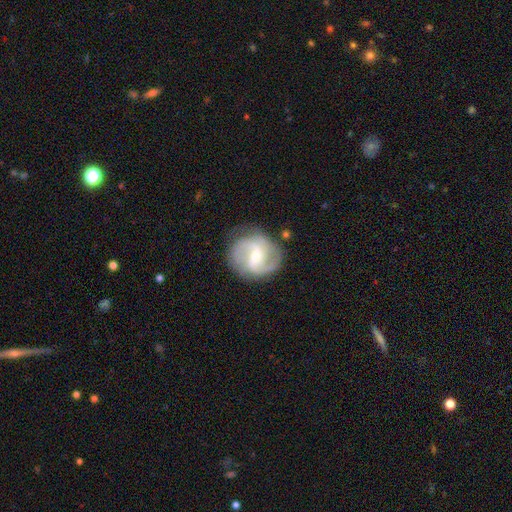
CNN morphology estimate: The model was most divided on "bulge size": small: 55%, moderate: 41%, large: 2%, none: 1%, dominant: 1%. More confident: edge-on disk — no (98%); spiral arms — yes (95%); smooth or featured — featured or disk (84%); merging — none (76%); spiral arm count — 2 (69%); bar — weak (52%); spiral winding — medium (51%).